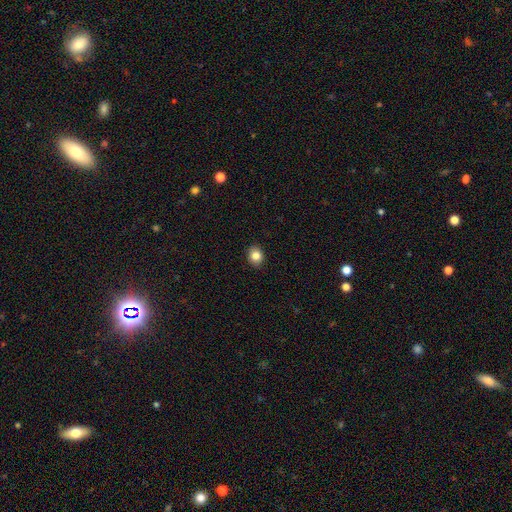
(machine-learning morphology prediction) Smooth or featured? Predicted: smooth (p=0.84). How rounded? Predicted: round (p=0.61). Merging? Predicted: none (p=0.90).